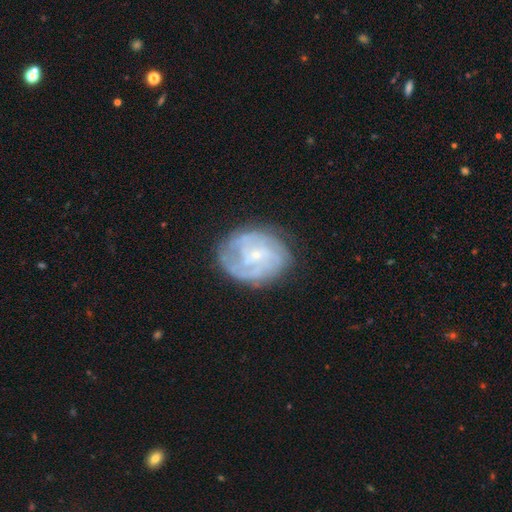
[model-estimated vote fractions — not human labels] Overall: featured or disk (76%). Edge-on disk: no (97%). Bar: no (64%; weak 30%). Spiral arms: yes (87%). Spiral arm count: can't tell (43%; 2 18%). Spiral winding: tight (58%; medium 32%). Bulge size: small (80%). Merging: none (73%).